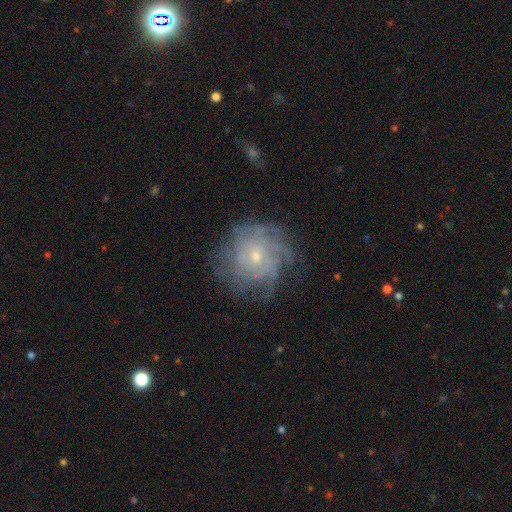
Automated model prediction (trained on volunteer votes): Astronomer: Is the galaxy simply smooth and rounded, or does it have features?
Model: featured or disk — 76%.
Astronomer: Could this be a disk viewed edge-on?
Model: no — 97%.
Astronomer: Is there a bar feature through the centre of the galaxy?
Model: no — 81%.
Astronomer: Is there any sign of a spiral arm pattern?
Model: yes — 89%.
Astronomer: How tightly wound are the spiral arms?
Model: tight — 65%.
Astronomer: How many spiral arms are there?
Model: can't tell — 45%.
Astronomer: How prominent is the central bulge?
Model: small — 68%.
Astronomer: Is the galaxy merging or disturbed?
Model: none — 70%.